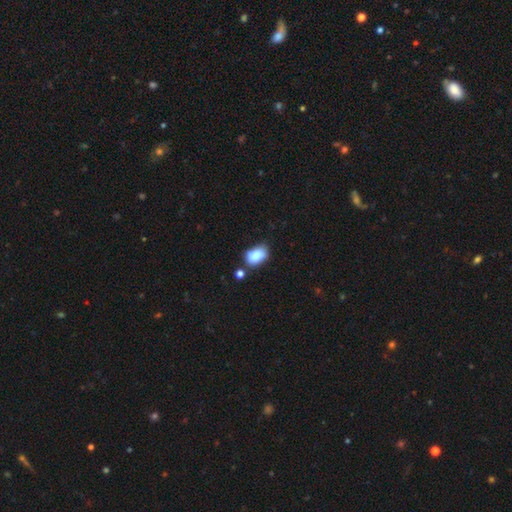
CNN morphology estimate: smooth-or-featured: smooth: 83% | star or artifact: 9% | featured or disk: 8%
  how-rounded: in between: 85% | round: 13% | cigar-shaped: 2%
  merging: none: 53% | minor disturbance: 28% | merger: 13% | major disturbance: 7%